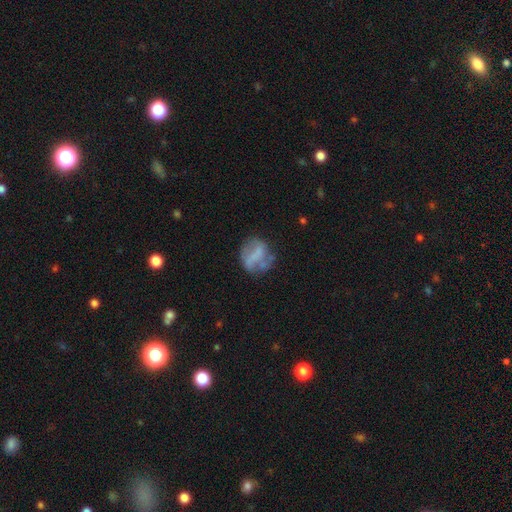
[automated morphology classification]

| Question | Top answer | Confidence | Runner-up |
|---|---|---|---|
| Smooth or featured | featured or disk | 50% | smooth (41%) |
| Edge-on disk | no | 97% | yes (3%) |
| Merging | none | 52% | minor disturbance (24%) |